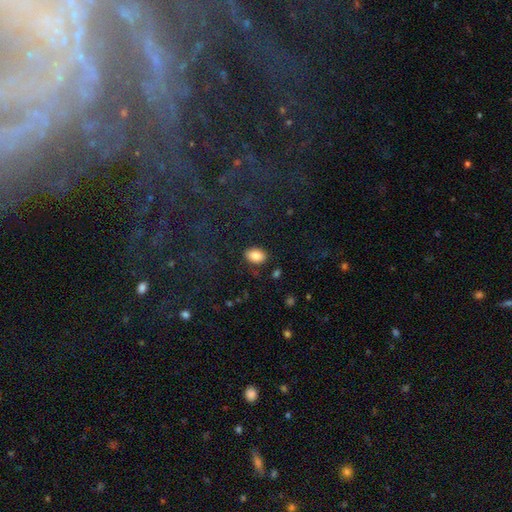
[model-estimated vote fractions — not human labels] smooth 86%, star or artifact 8%, featured or disk 6%. Down the decision tree: how rounded — in between (88%); merging — none (85%).